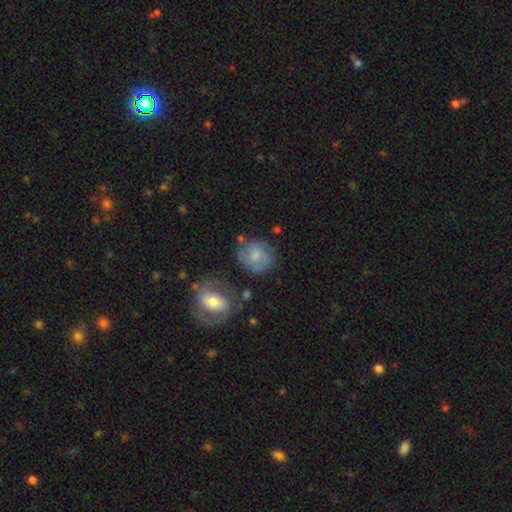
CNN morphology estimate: Smooth or featured? smooth (56%)
How rounded? round (76%)
Merging? none (62%)